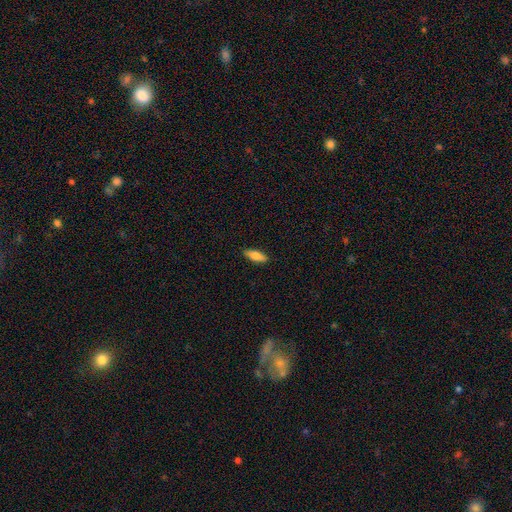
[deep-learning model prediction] smooth 80%, featured or disk 14%, star or artifact 6%. Down the decision tree: how rounded — in between (65%); merging — none (89%).